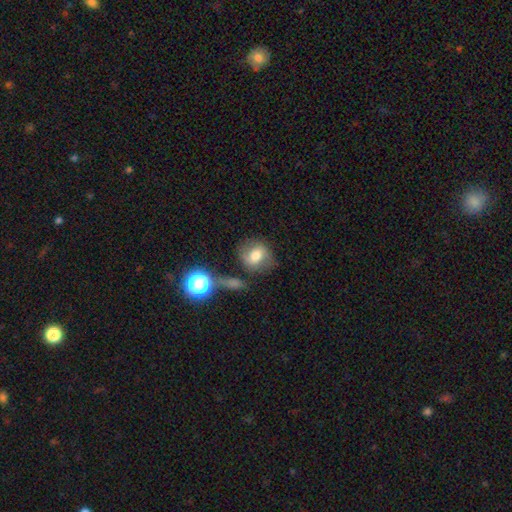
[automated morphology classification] This appears to be a smooth galaxy with no disk features (59%) that is round (59%). Merging: none (63%).